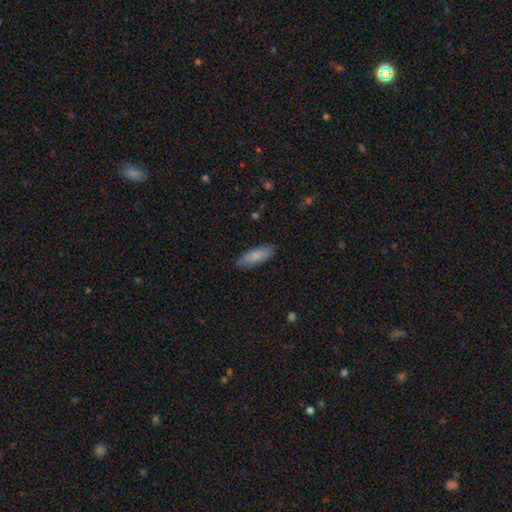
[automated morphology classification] This is clearly a smooth galaxy (80%). How rounded: likely in between (68%). Merging: clearly none (84%).